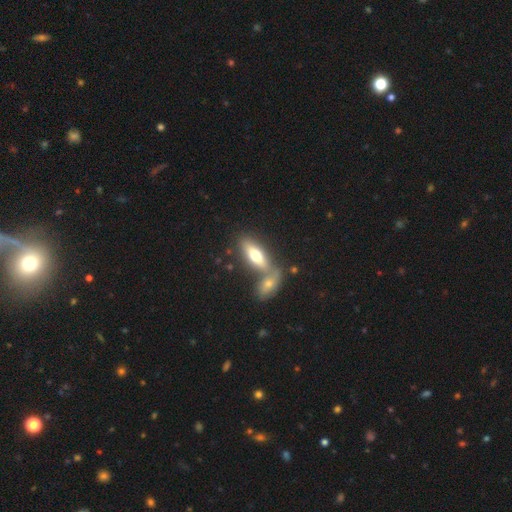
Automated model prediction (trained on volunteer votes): A smooth galaxy with no disk features (62%) that is in between round and cigar-shaped (66%).

Vote fractions:
- Smooth or featured? smooth: 62% / featured or disk: 32% / star or artifact: 6%
- How rounded? in between: 66% / cigar-shaped: 31% / round: 3%
- Merging? merger: 45% / none: 42% / minor disturbance: 9% / major disturbance: 4%